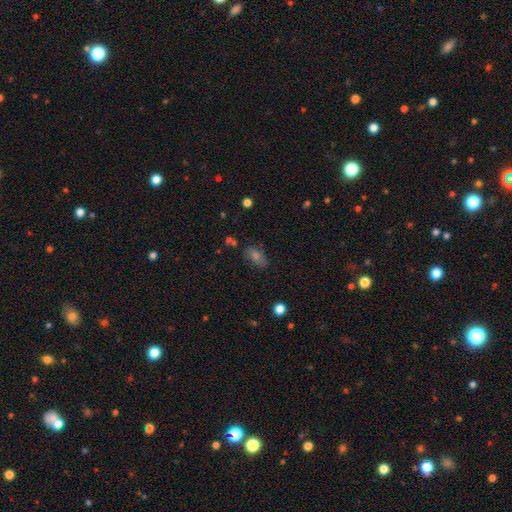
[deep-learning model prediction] Smooth or featured: smooth — 57% (star or artifact — 24%)
How rounded: in between — 82% (round — 11%)
Merging: none — 75% (minor disturbance — 16%)